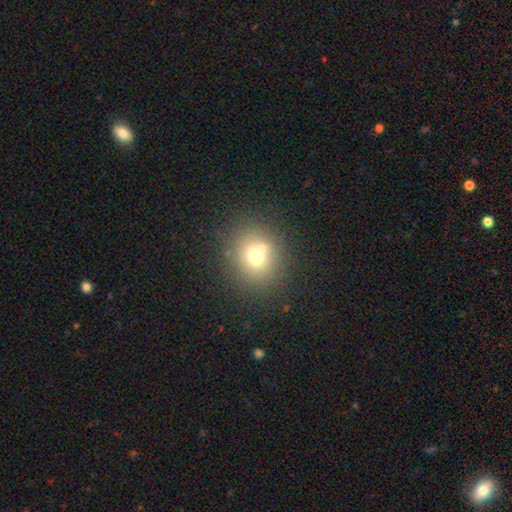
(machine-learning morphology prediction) A smooth galaxy with no disk features (67%) that is round (83%). Merging: none (69%).